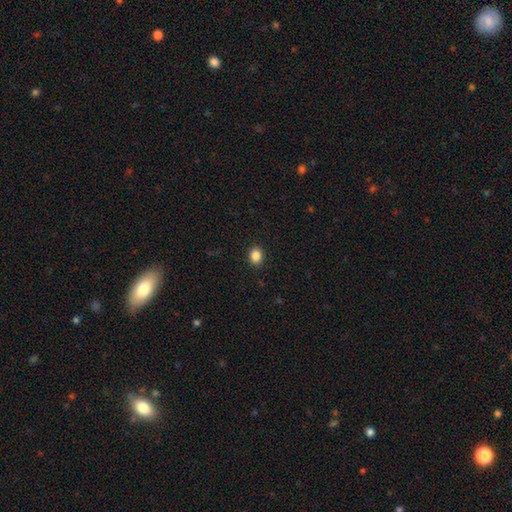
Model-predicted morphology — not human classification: Q: Smooth or featured?
A: smooth (86%); runner-up: star or artifact (10%)
Q: How rounded?
A: round (50%); tied with: in between (50%)
Q: Merging?
A: none (91%); runner-up: minor disturbance (6%)